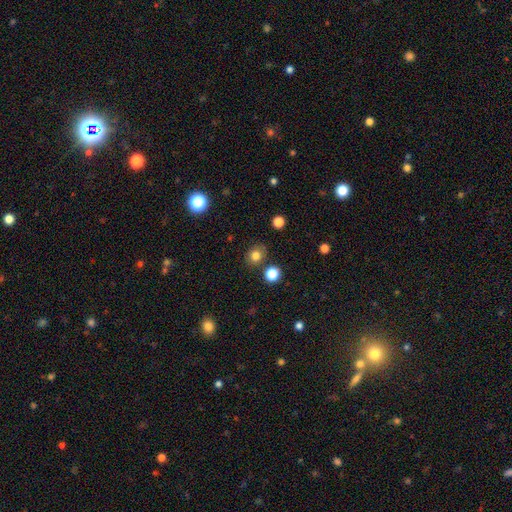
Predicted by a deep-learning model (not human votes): Morphology: type=smooth (80%); roundness=round (74%); merging=none (78%).